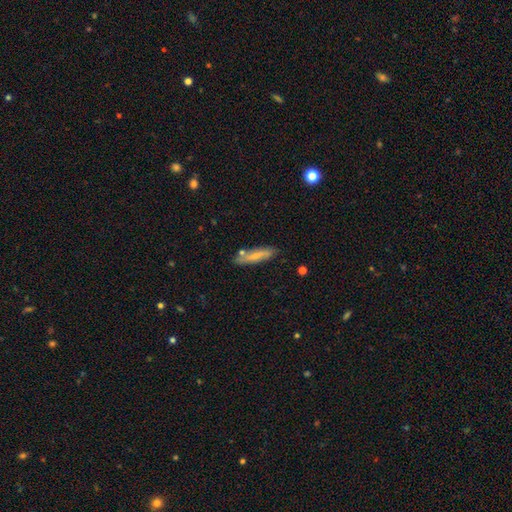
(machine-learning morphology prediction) Q: Smooth or featured?
A: smooth (63%); runner-up: featured or disk (30%)
Q: How rounded?
A: cigar-shaped (78%); runner-up: in between (20%)
Q: Merging?
A: none (78%); runner-up: minor disturbance (14%)